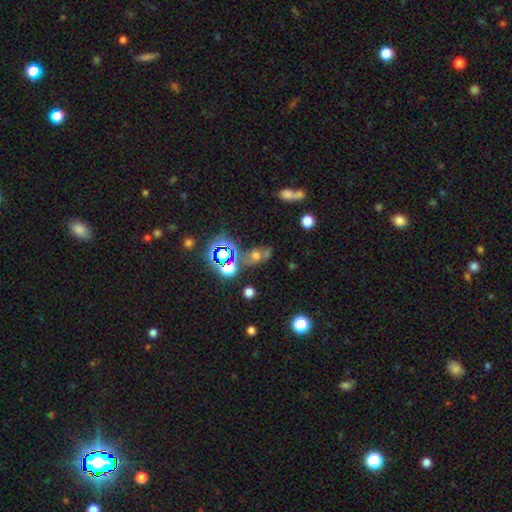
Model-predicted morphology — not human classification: This appears to be a smooth galaxy with no disk features (41%). Merging: none (48%).